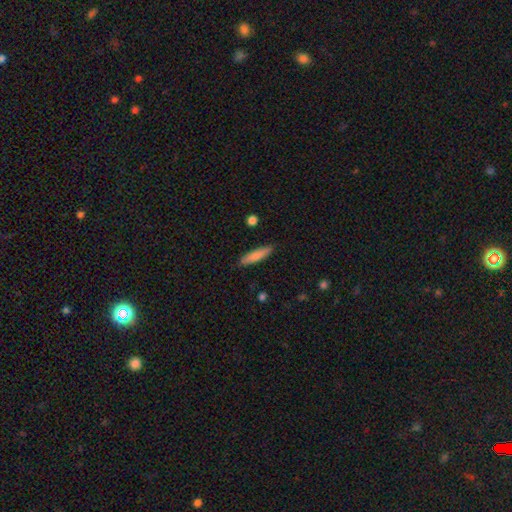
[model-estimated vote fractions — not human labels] smooth_or_featured: smooth (p=0.81) [alt: featured or disk p=0.13]
how_rounded: cigar-shaped (p=0.81) [alt: in between p=0.18]
merging: none (p=0.87) [alt: minor disturbance p=0.09]